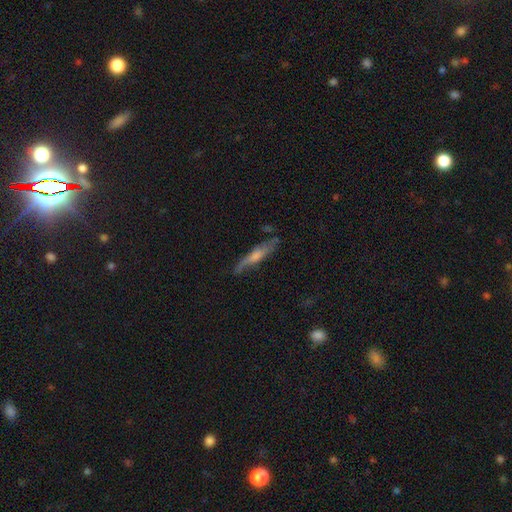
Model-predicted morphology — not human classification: featured or disk 62%, smooth 30%, star or artifact 8%. Down the decision tree: edge-on disk — yes (73%); merging — none (70%).